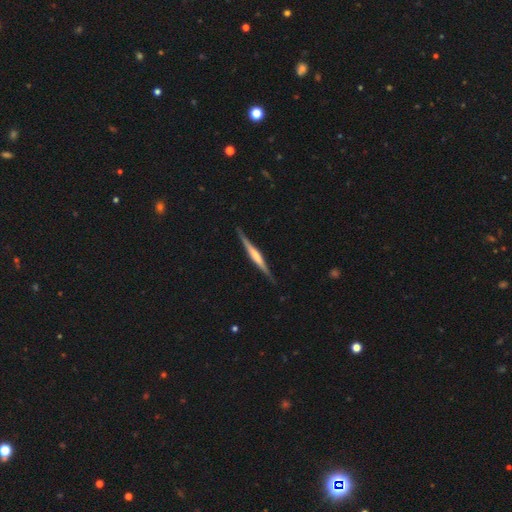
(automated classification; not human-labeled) A featured or disk galaxy (69%) viewed edge-on (97%) with a rounded central bulge (41%).

Vote fractions:
- Smooth or featured? featured or disk: 69% / smooth: 26% / star or artifact: 5%
- Edge-on disk? yes: 97% / no: 3%
- Edge-on bulge? rounded: 41% / boxy: 31% / none: 28%
- Merging? none: 87% / minor disturbance: 10% / major disturbance: 2% / merger: 1%